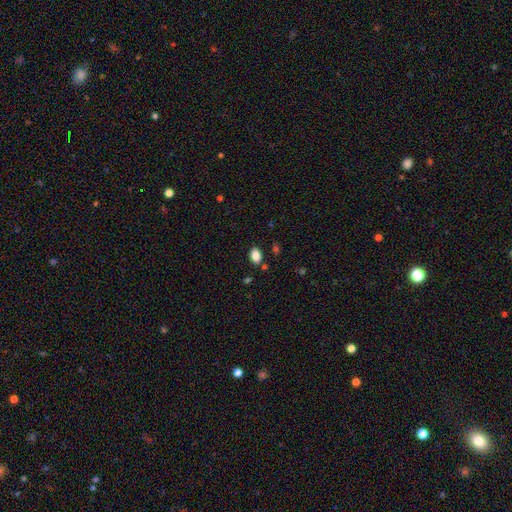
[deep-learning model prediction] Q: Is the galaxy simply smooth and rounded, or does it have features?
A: smooth — 86%.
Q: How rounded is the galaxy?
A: in between — 86%.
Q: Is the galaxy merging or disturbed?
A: none — 84%.